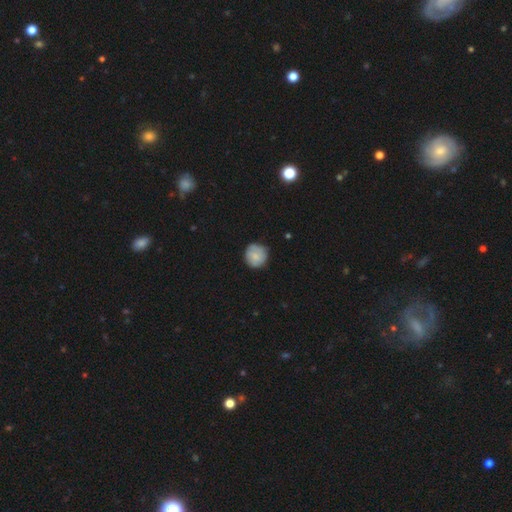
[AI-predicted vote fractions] Smooth or featured? smooth (79%)
How rounded? round (92%)
Merging? none (79%)